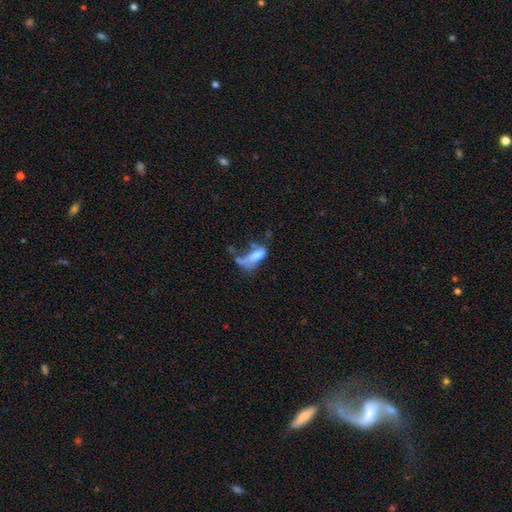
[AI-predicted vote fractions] The model was most divided on "merging": major disturbance: 43%, merger: 25%, none: 17%, minor disturbance: 16%. More confident: how rounded — in between (72%); smooth or featured — smooth (59%).